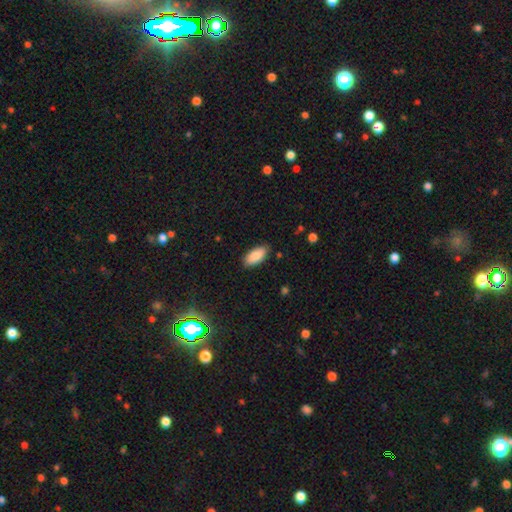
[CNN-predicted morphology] smooth_or_featured: smooth (p=0.87) [alt: star or artifact p=0.07]
how_rounded: in between (p=0.93) [alt: cigar-shaped p=0.05]
merging: none (p=0.85) [alt: minor disturbance p=0.11]